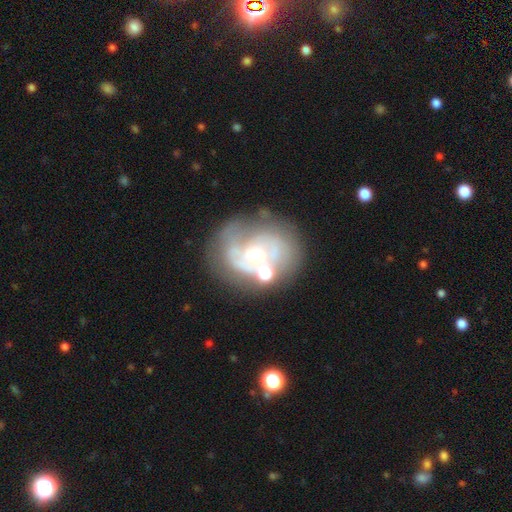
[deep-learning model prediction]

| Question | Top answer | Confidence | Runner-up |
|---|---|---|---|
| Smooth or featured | featured or disk | 71% | smooth (19%) |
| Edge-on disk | no | 97% | yes (3%) |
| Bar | no | 76% | weak (20%) |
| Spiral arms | yes | 66% | no (34%) |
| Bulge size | small | 53% | moderate (36%) |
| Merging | none | 50% | minor disturbance (20%) |